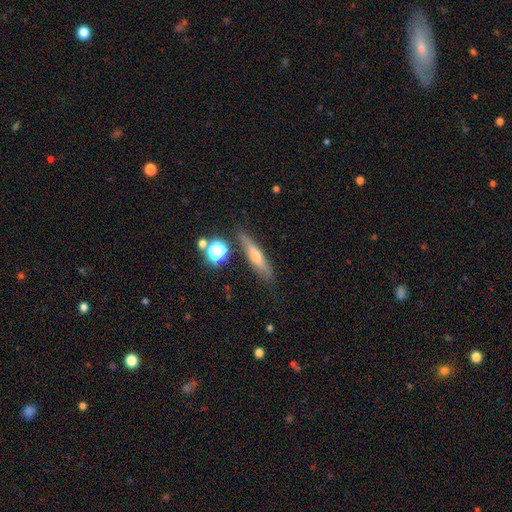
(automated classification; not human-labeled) smooth-or-featured: smooth: 47% | featured or disk: 42% | star or artifact: 11%
  merging: none: 81% | minor disturbance: 12% | merger: 4% | major disturbance: 3%